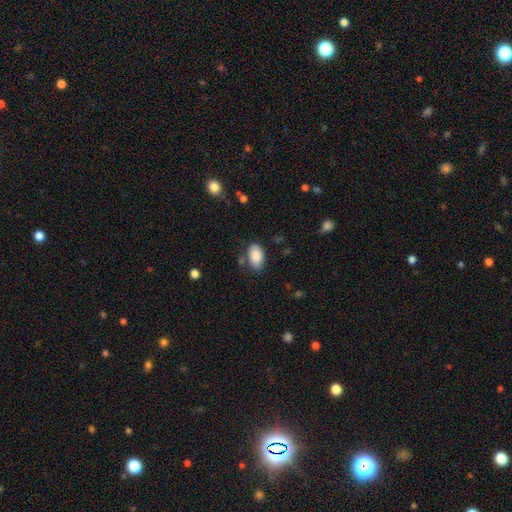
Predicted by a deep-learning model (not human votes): A smooth galaxy with no disk features (86%) that is in between round and cigar-shaped (94%). Merging: none (75%).